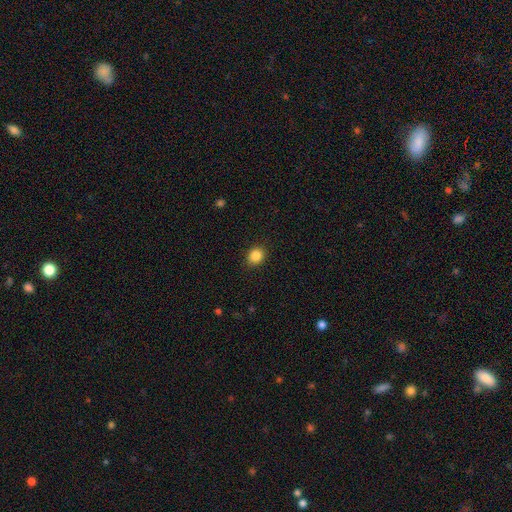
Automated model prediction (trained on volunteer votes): smooth-or-featured: smooth: 86% | star or artifact: 10% | featured or disk: 4%
  how-rounded: round: 69% | in between: 30% | cigar-shaped: 1%
  merging: none: 89% | minor disturbance: 8% | major disturbance: 2% | merger: 1%